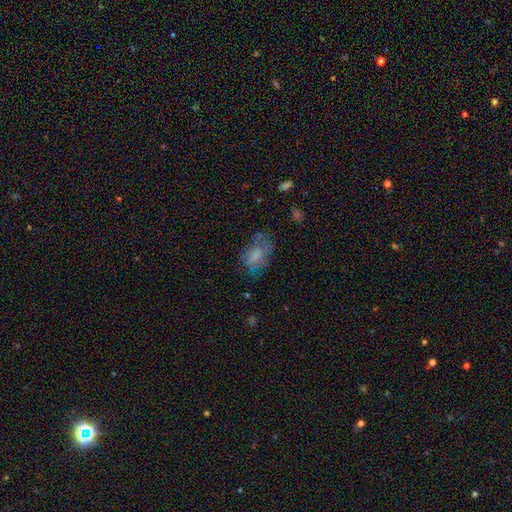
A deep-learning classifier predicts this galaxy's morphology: A smooth galaxy with no disk features (61%) that is in between round and cigar-shaped (85%). Merging: none (48%).